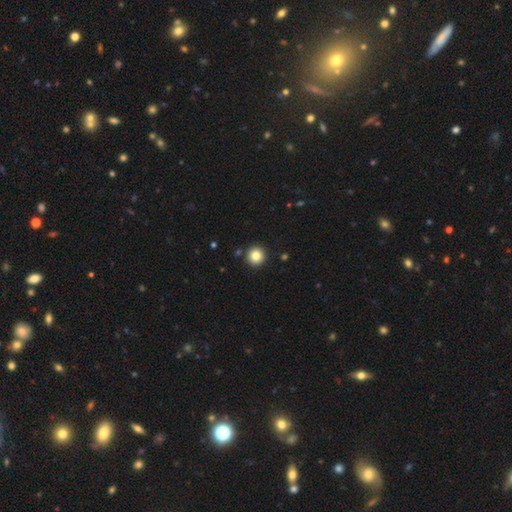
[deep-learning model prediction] A smooth galaxy with no disk features (84%) that is round (96%).

Vote fractions:
- Smooth or featured? smooth: 84% / star or artifact: 10% / featured or disk: 6%
- How rounded? round: 96% / in between: 3% / cigar-shaped: 1%
- Merging? none: 91% / minor disturbance: 5% / merger: 2% / major disturbance: 2%